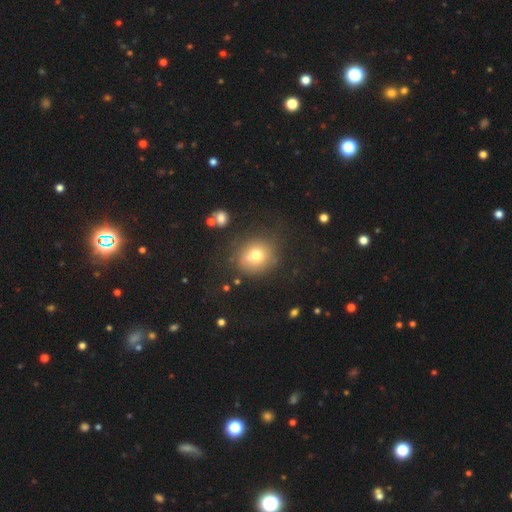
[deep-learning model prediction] Smooth or featured?
  - smooth: 70% *
  - featured or disk: 16%
  - star or artifact: 13%
How rounded?
  - round: 76% *
  - in between: 23%
  - cigar-shaped: 1%
Merging?
  - none: 68% *
  - minor disturbance: 19%
  - major disturbance: 8%
  - merger: 5%